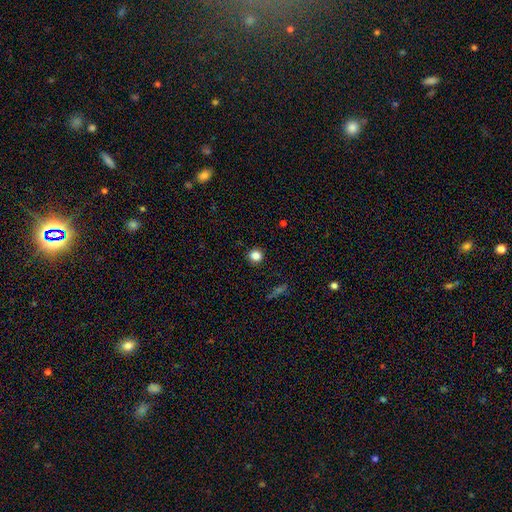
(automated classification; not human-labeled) A smooth galaxy with no disk features (84%) that is round (93%).

Vote fractions:
- Smooth or featured? smooth: 84% / star or artifact: 12% / featured or disk: 4%
- How rounded? round: 93% / in between: 6% / cigar-shaped: 1%
- Merging? none: 92% / minor disturbance: 5% / major disturbance: 2% / merger: 1%